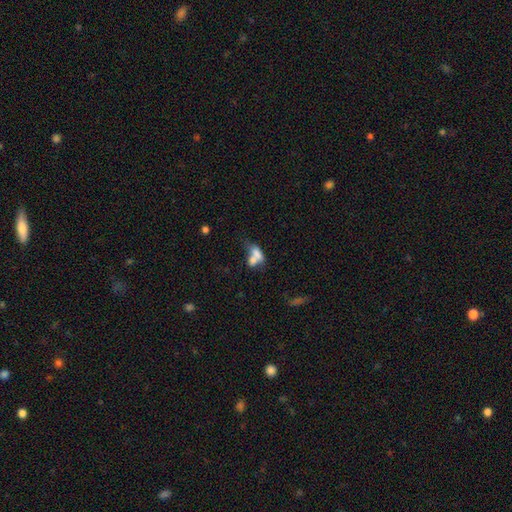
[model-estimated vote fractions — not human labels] Smooth or featured? Predicted: smooth (p=0.66). How rounded? Predicted: in between (p=0.77). Merging? Predicted: merger (p=0.64).